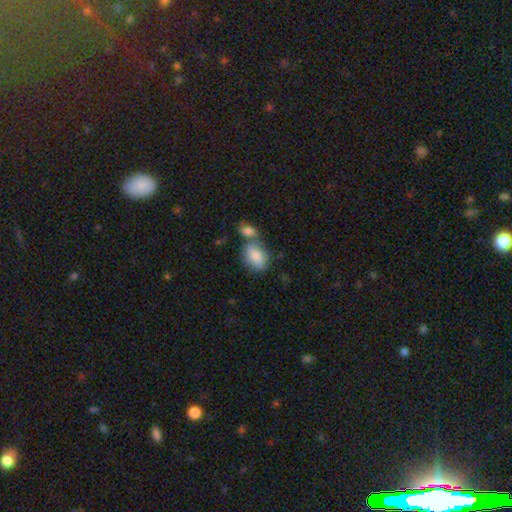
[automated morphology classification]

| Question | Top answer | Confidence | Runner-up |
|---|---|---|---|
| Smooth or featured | smooth | 80% | featured or disk (13%) |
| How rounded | in between | 78% | round (20%) |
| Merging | merger | 41% | none (40%) |